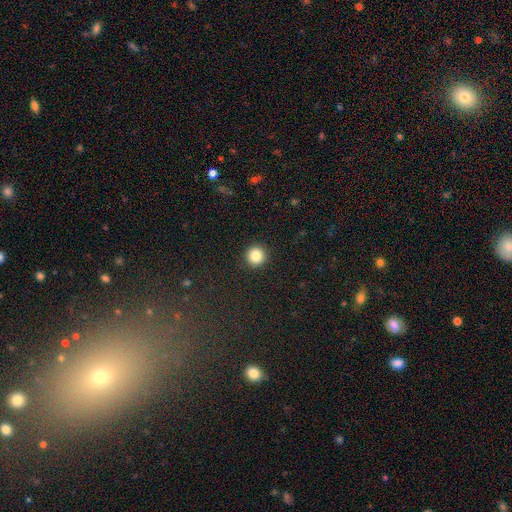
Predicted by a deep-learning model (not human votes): smooth-or-featured: smooth: 84% | star or artifact: 11% | featured or disk: 5%
  how-rounded: round: 96% | in between: 3% | cigar-shaped: 1%
  merging: none: 93% | minor disturbance: 4% | major disturbance: 2% | merger: 1%